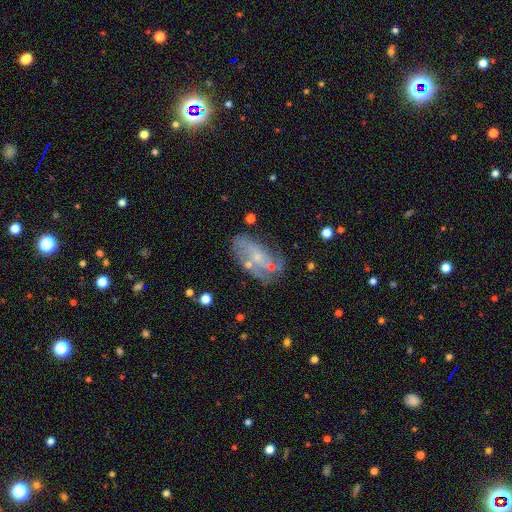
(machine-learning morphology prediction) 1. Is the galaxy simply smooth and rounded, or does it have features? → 61% featured or disk, 30% smooth, 8% star or artifact.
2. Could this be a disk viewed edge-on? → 95% no, 5% yes.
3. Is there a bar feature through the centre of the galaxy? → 71% no, 24% weak, 5% strong.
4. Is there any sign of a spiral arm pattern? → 66% yes, 34% no.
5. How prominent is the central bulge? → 60% small, 20% moderate, 17% none, 2% large, 1% dominant.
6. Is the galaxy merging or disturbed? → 48% none, 24% minor disturbance, 17% major disturbance, 11% merger.